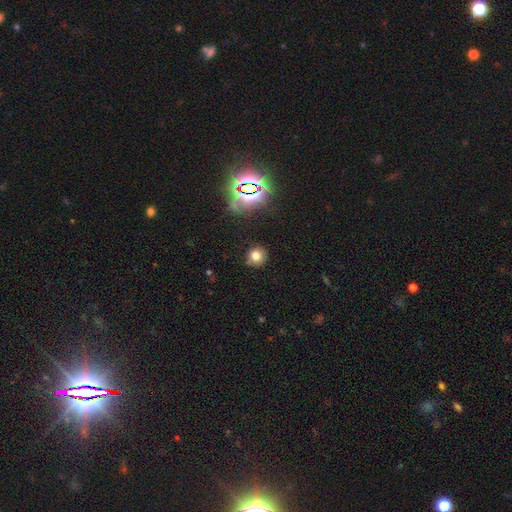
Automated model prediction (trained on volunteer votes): Q: Smooth or featured?
A: smooth (73%); runner-up: star or artifact (20%)
Q: How rounded?
A: round (86%); runner-up: in between (12%)
Q: Merging?
A: none (78%); runner-up: minor disturbance (16%)